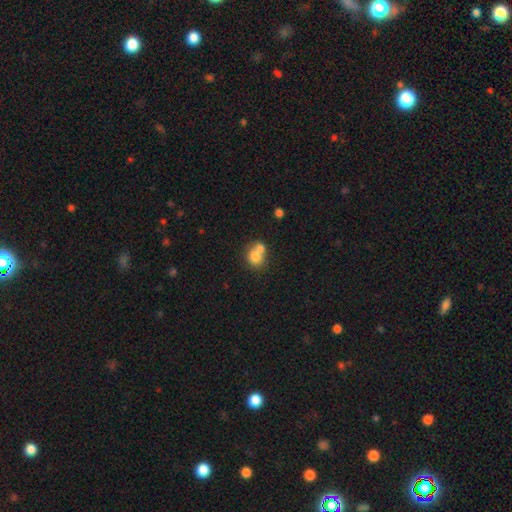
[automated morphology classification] A smooth galaxy with no disk features (76%) that is round (72%). Merging: merger (58%).